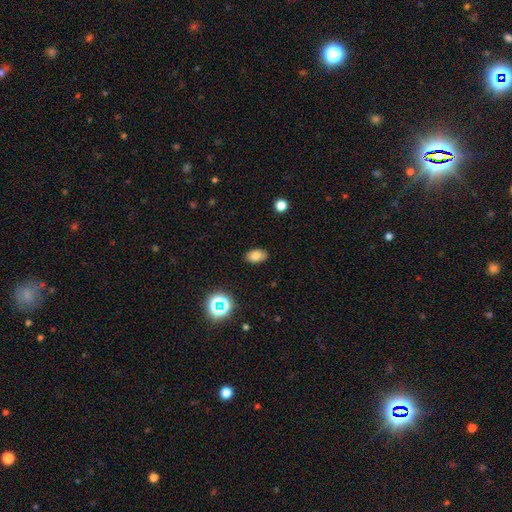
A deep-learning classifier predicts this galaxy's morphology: Overall: smooth (79%). How rounded: in between (89%). Merging: none (86%).